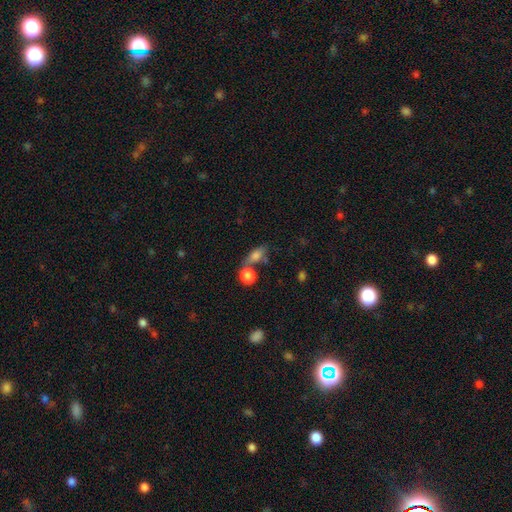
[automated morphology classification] The model was most divided on "merging": none: 49%, merger: 27%, minor disturbance: 16%, major disturbance: 8%. More confident: smooth or featured — smooth (74%); how rounded — in between (67%).